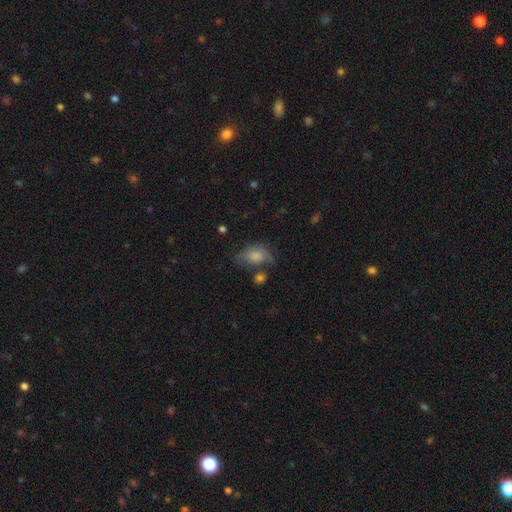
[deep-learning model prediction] Morphology: type=smooth (67%); roundness=in between (78%); merging=none (34%).